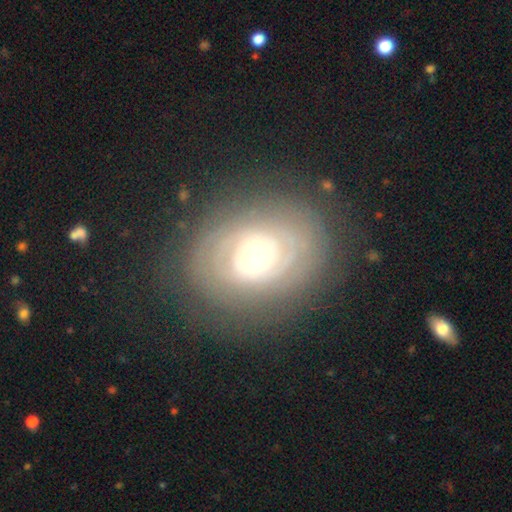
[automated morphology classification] featured or disk 78%, smooth 16%, star or artifact 7%. Down the decision tree: edge-on disk — no (96%); bar — no (73%); spiral arms — yes (80%); spiral arm count — can't tell (40%); spiral winding — tight (79%); bulge size — moderate (66%); merging — none (81%).